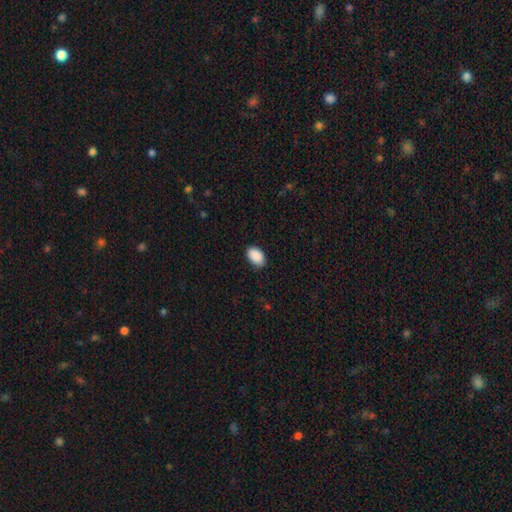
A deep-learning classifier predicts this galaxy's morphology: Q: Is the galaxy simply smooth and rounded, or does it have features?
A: smooth — 91%.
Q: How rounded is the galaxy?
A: in between — 90%.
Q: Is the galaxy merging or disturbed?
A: none — 88%.